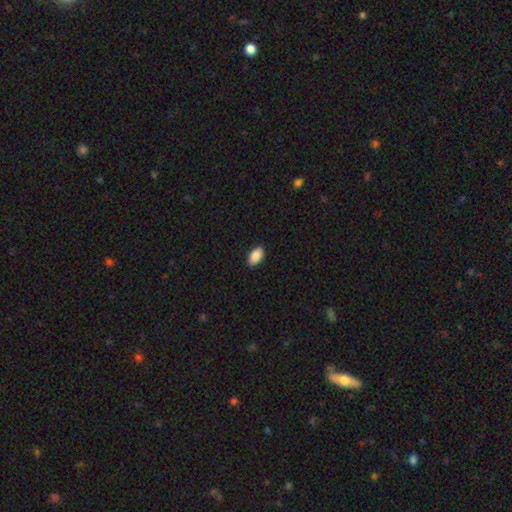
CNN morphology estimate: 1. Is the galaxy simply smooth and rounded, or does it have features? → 90% smooth, 7% star or artifact, 4% featured or disk.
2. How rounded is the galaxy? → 94% in between, 4% round, 2% cigar-shaped.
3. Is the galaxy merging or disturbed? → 89% none, 8% minor disturbance, 2% major disturbance, 1% merger.